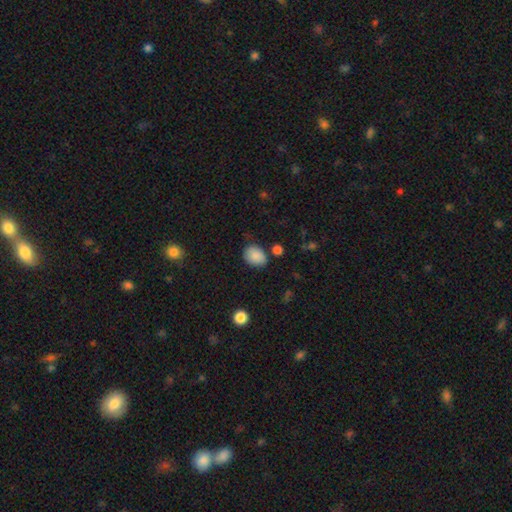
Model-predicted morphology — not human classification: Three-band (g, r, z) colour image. It shows a smooth galaxy with no disk features (87%) that is in between round and cigar-shaped (66%). Merging: none (72%).